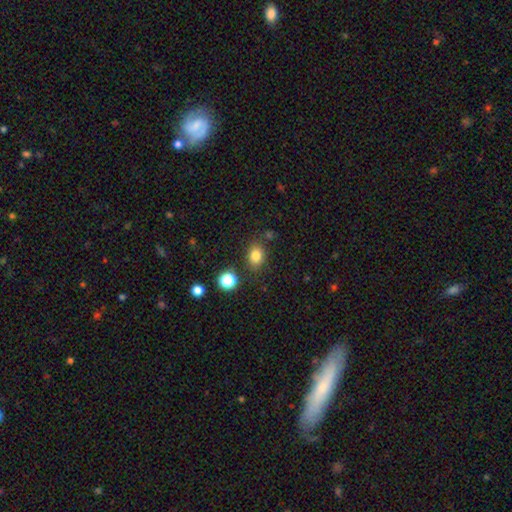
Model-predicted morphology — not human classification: This is clearly a smooth galaxy (80%). How rounded: possibly in between (52%). Merging: likely none (79%).